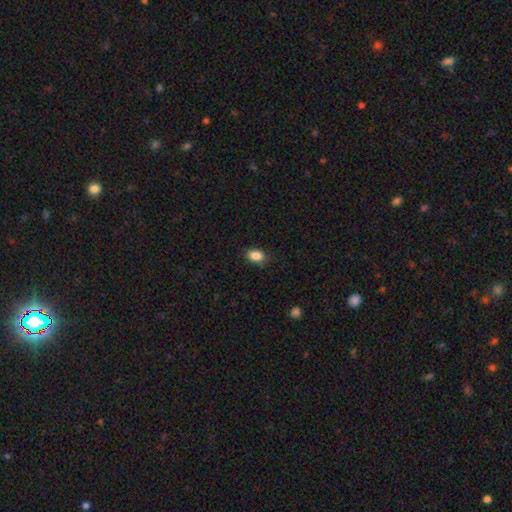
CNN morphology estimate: The model was most divided on "how rounded": in between: 83%, round: 16%, cigar-shaped: 2%. More confident: smooth or featured — smooth (87%); merging — none (85%).